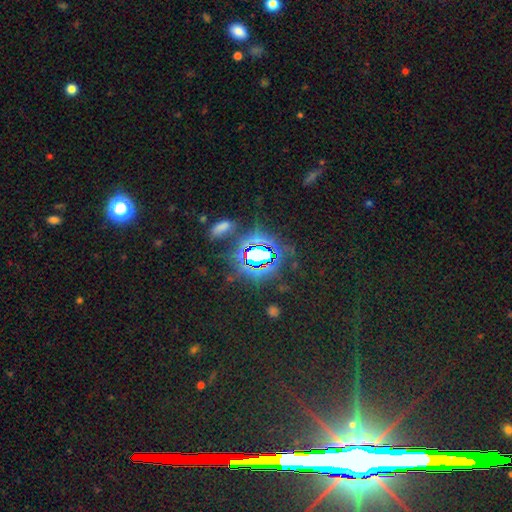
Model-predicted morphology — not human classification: type=star or artifact (76%).